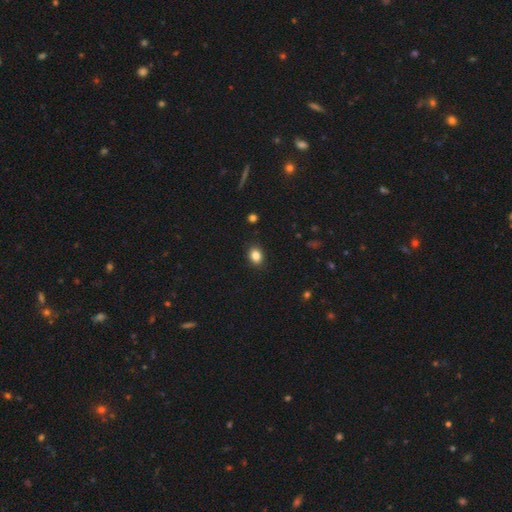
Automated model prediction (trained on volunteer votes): Smooth or featured: smooth — 85% (star or artifact — 10%)
How rounded: in between — 60% (round — 38%)
Merging: none — 89% (minor disturbance — 8%)